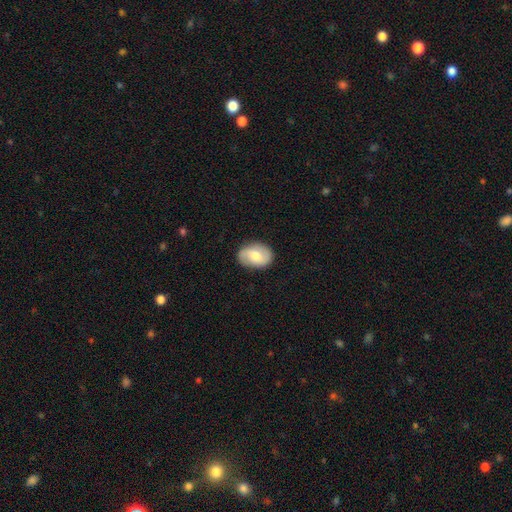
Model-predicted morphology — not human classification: Smooth or featured?
  - smooth: 50% *
  - featured or disk: 44%
  - star or artifact: 7%
Merging?
  - none: 84% *
  - minor disturbance: 12%
  - major disturbance: 3%
  - merger: 1%